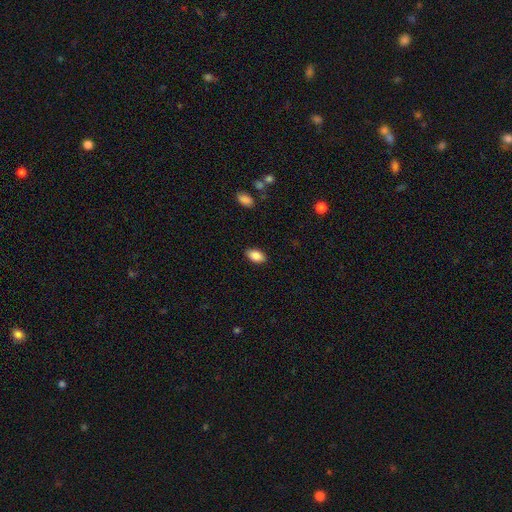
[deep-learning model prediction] Smooth or featured?
  - smooth: 85% *
  - featured or disk: 7%
  - star or artifact: 7%
How rounded?
  - in between: 92% *
  - round: 5%
  - cigar-shaped: 3%
Merging?
  - none: 88% *
  - minor disturbance: 9%
  - major disturbance: 2%
  - merger: 1%